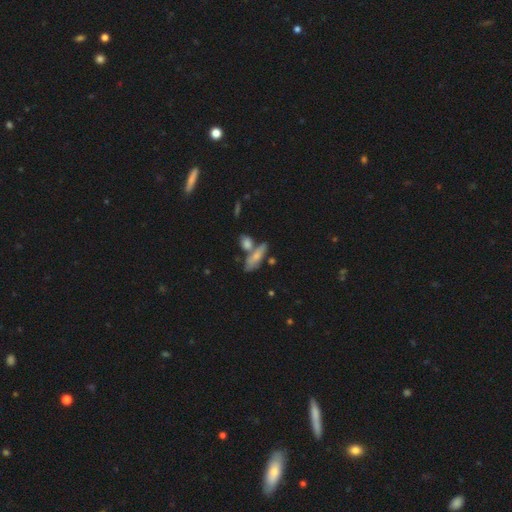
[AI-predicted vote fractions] smooth-or-featured: smooth: 64% | featured or disk: 28% | star or artifact: 9%
  how-rounded: in between: 51% | cigar-shaped: 43% | round: 6%
  merging: none: 50% | merger: 29% | minor disturbance: 15% | major disturbance: 6%